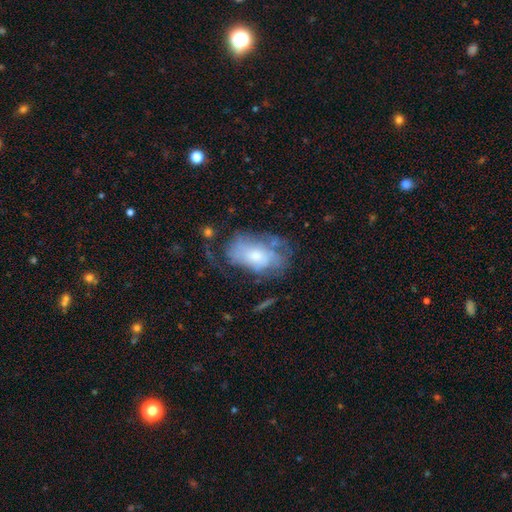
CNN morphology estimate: Smooth or featured? featured or disk (52%)
Edge-on disk? no (94%)
Merging? none (43%)